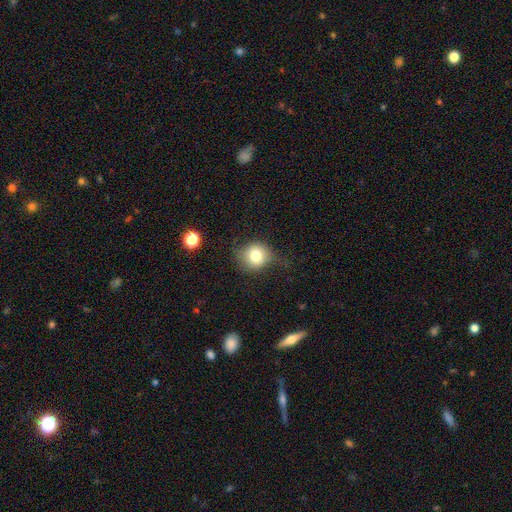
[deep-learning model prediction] smooth 76%, featured or disk 13%, star or artifact 11%. Down the decision tree: how rounded — round (84%); merging — none (69%).